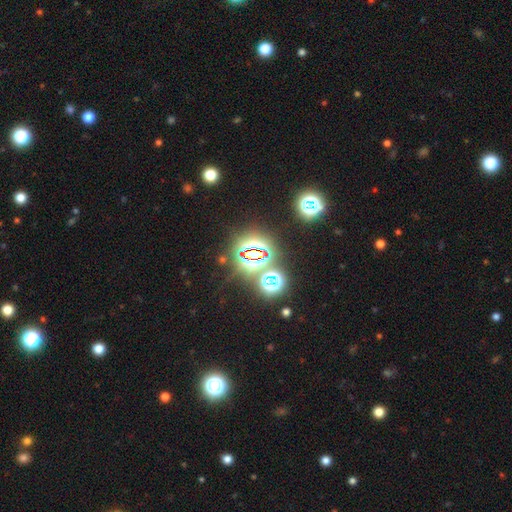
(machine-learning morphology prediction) Smooth or featured?
  - star or artifact: 77% *
  - smooth: 16%
  - featured or disk: 7%